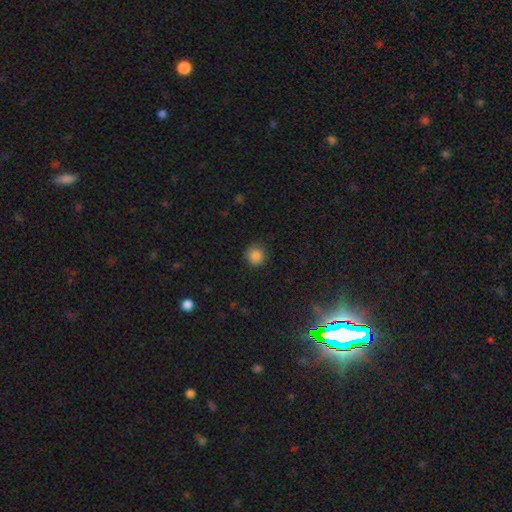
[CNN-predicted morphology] type=smooth (86%); roundness=round (93%); merging=none (86%).